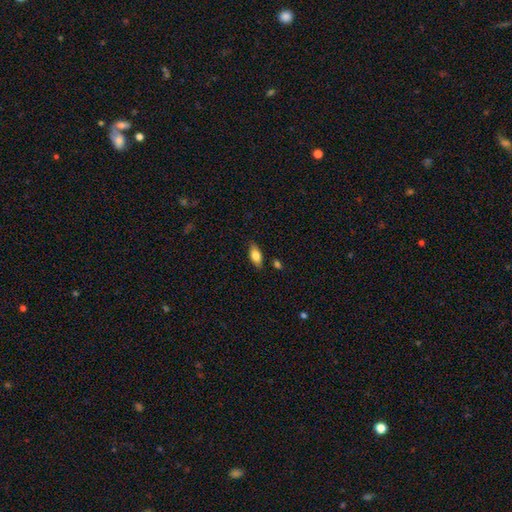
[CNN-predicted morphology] This is likely a smooth galaxy (79%). How rounded: clearly in between (87%). Merging: clearly none (84%).